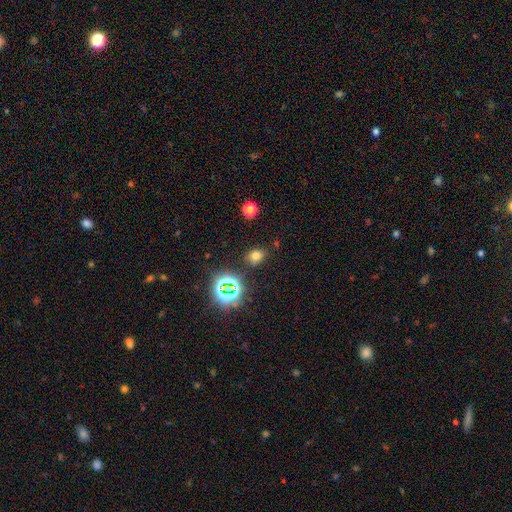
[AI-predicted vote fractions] The model was most divided on "how rounded": round: 50%, in between: 49%, cigar-shaped: 1%. More confident: merging — none (78%); smooth or featured — smooth (66%).